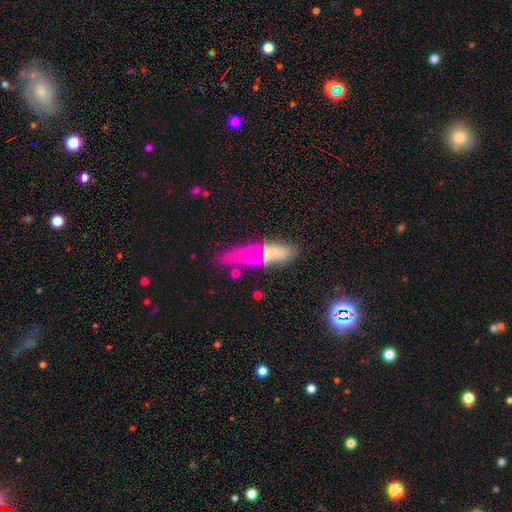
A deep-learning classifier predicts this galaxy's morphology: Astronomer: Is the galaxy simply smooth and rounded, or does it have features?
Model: smooth — 52% (runner-up: featured or disk, 35%).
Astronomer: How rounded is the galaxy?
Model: cigar-shaped — 61%.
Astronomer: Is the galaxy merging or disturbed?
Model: none — 68%.